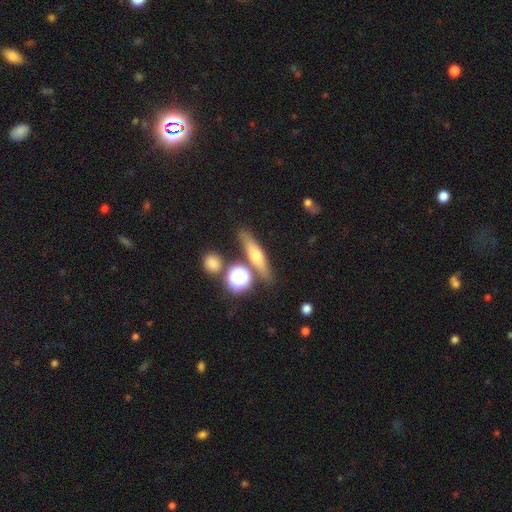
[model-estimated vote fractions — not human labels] Smooth or featured?
  - featured or disk: 44% *
  - smooth: 42%
  - star or artifact: 13%
Merging?
  - none: 78% *
  - minor disturbance: 10%
  - merger: 8%
  - major disturbance: 3%